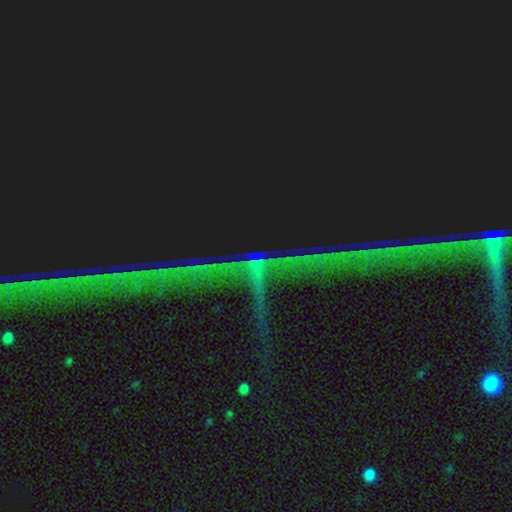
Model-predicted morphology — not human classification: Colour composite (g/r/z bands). It shows a star or artifact, not a galaxy (81%).